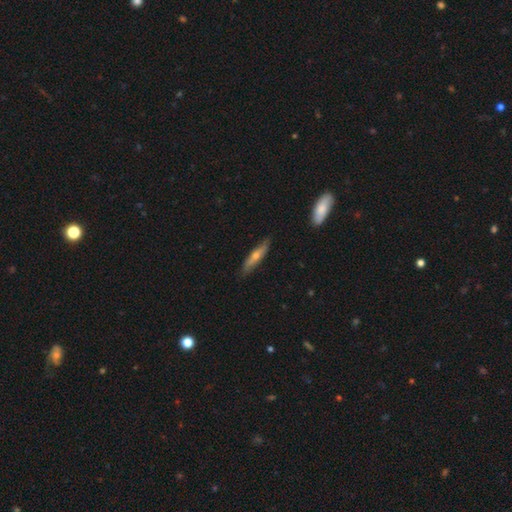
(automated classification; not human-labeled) Smooth or featured?
  - featured or disk: 51% *
  - smooth: 41%
  - star or artifact: 8%
Edge-on disk?
  - yes: 82% *
  - no: 18%
Merging?
  - none: 86% *
  - minor disturbance: 11%
  - major disturbance: 2%
  - merger: 1%